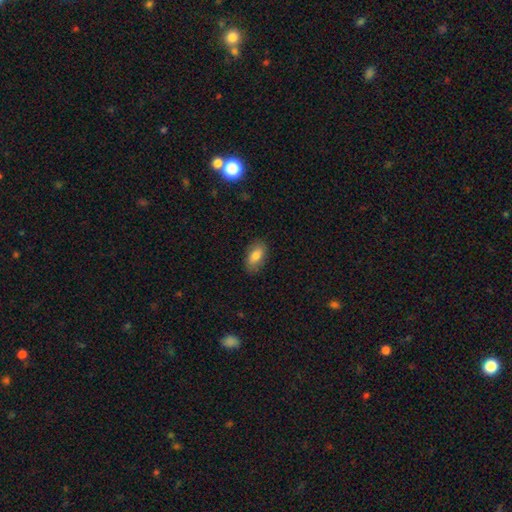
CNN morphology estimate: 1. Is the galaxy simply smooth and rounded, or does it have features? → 80% smooth, 13% featured or disk, 7% star or artifact.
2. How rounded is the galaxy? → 92% in between, 5% round, 4% cigar-shaped.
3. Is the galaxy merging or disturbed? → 86% none, 11% minor disturbance, 3% major disturbance, 1% merger.